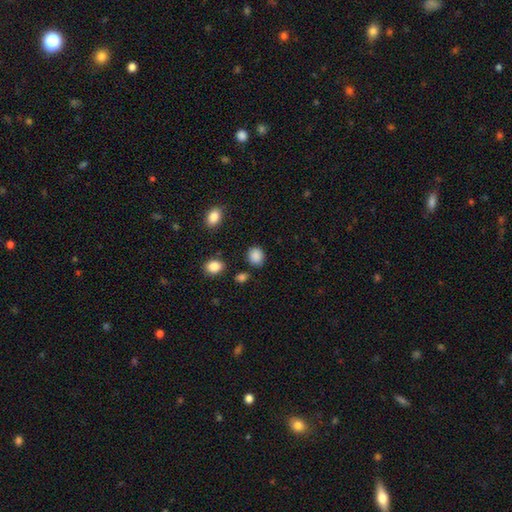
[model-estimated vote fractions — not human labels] This is clearly a smooth galaxy (88%). How rounded: likely round (65%). Merging: clearly none (81%).